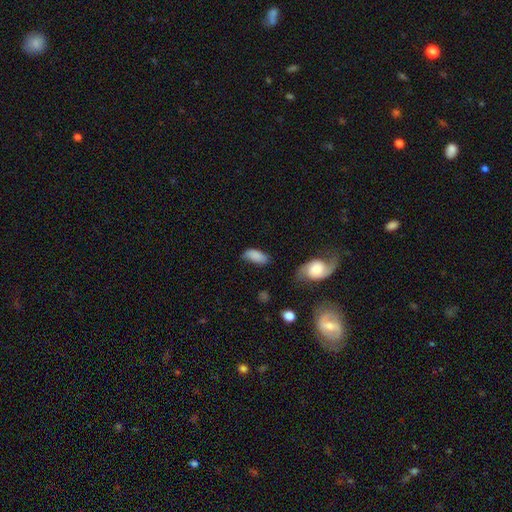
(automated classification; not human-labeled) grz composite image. It shows a smooth galaxy with no disk features (83%) that is in between round and cigar-shaped (90%). Merging: none (64%).